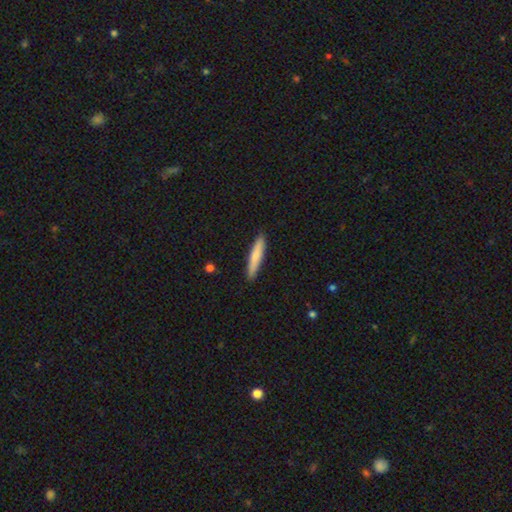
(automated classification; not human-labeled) This is likely a smooth galaxy (75%). How rounded: clearly cigar-shaped (91%). Merging: clearly none (90%).